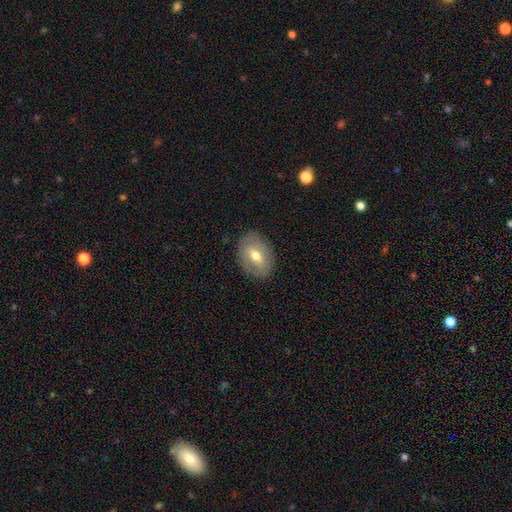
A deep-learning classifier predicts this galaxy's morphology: The model was most divided on "smooth or featured": smooth: 49%, featured or disk: 43%, star or artifact: 8%. More confident: merging — none (84%).